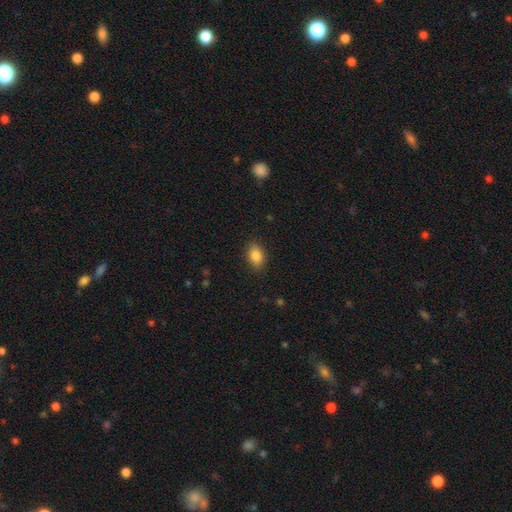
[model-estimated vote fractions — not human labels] Smooth or featured? smooth (86%)
How rounded? in between (85%)
Merging? none (87%)